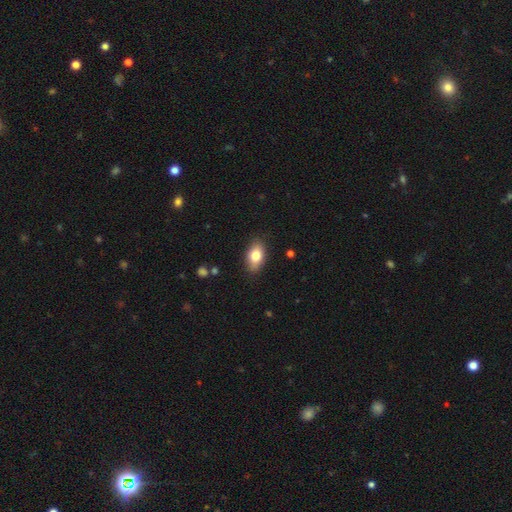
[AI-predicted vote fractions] Overall: smooth (78%). How rounded: in between (88%). Merging: none (86%).